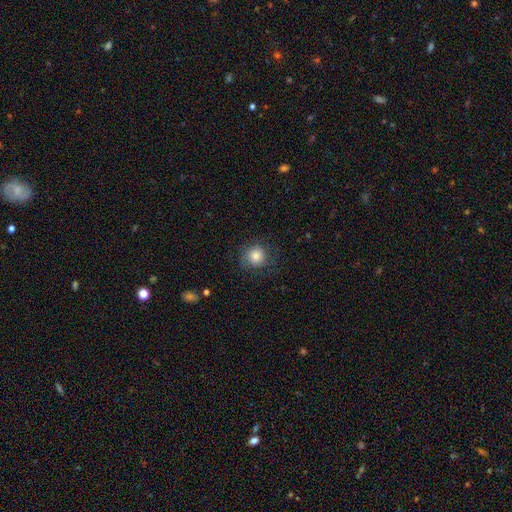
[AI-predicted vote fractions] Q: Smooth or featured?
A: smooth (81%); runner-up: featured or disk (10%)
Q: How rounded?
A: round (88%); runner-up: in between (11%)
Q: Merging?
A: none (78%); runner-up: minor disturbance (14%)